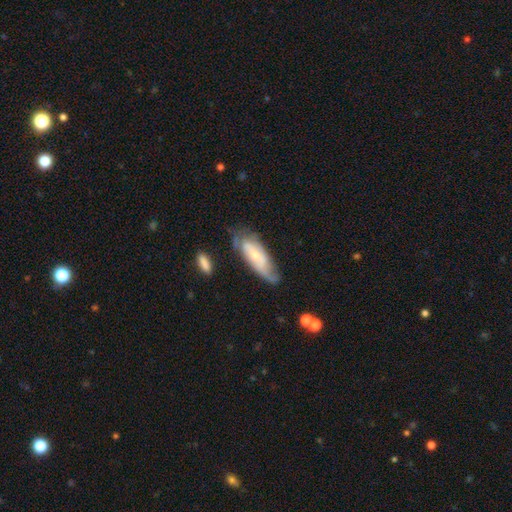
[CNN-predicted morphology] smooth-or-featured: featured or disk: 57% | smooth: 37% | star or artifact: 6%
  disk-edge-on: no: 83% | yes: 17%
  merging: none: 51% | minor disturbance: 30% | major disturbance: 15% | merger: 4%